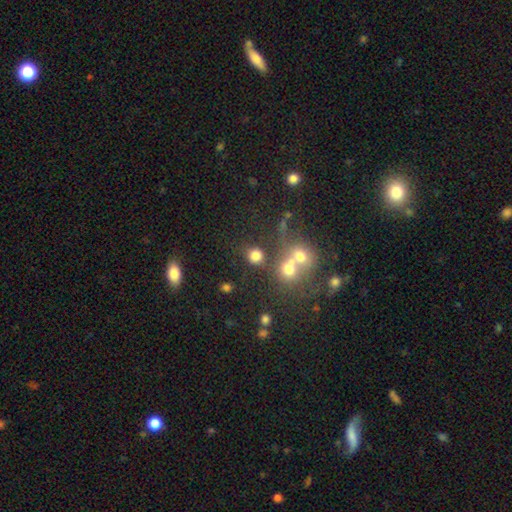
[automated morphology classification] The model was most divided on "merging": none: 66%, merger: 17%, minor disturbance: 10%, major disturbance: 6%. More confident: how rounded — round (85%); smooth or featured — smooth (77%).